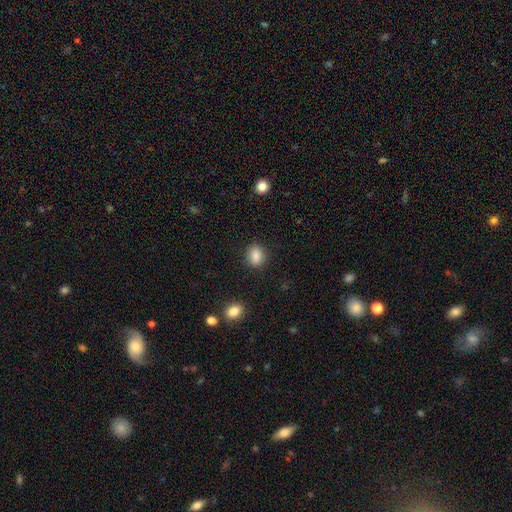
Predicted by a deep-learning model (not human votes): Q: Smooth or featured?
A: smooth (87%); runner-up: star or artifact (9%)
Q: How rounded?
A: in between (52%); runner-up: round (46%)
Q: Merging?
A: none (88%); runner-up: minor disturbance (8%)